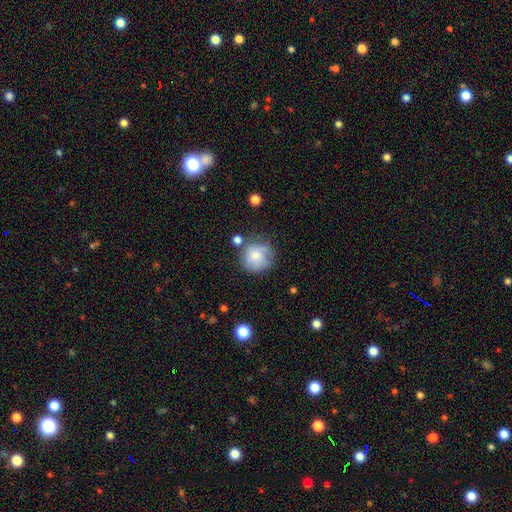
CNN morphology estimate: Smooth or featured: smooth — 70% (featured or disk — 22%)
How rounded: round — 87% (in between — 12%)
Merging: none — 56% (minor disturbance — 25%)